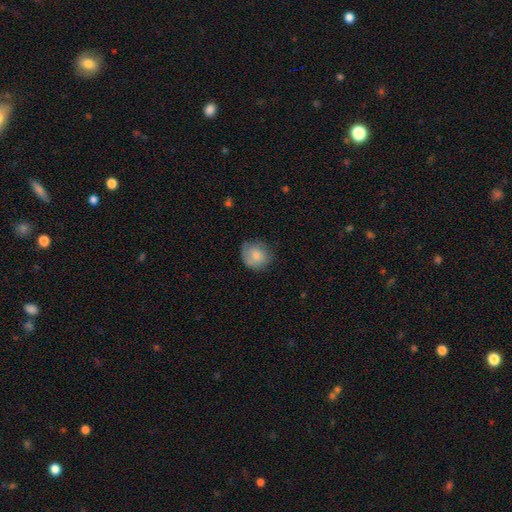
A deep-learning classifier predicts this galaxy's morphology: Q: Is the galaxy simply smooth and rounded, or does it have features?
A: smooth — 77%.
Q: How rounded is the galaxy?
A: round — 77%.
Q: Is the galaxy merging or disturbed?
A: none — 66%.